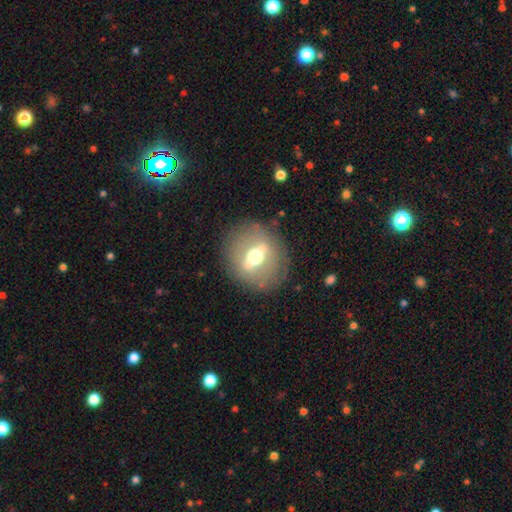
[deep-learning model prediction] Smooth or featured: featured or disk — 66% (smooth — 26%)
Edge-on disk: no — 62% (yes — 38%)
Merging: none — 85% (minor disturbance — 9%)